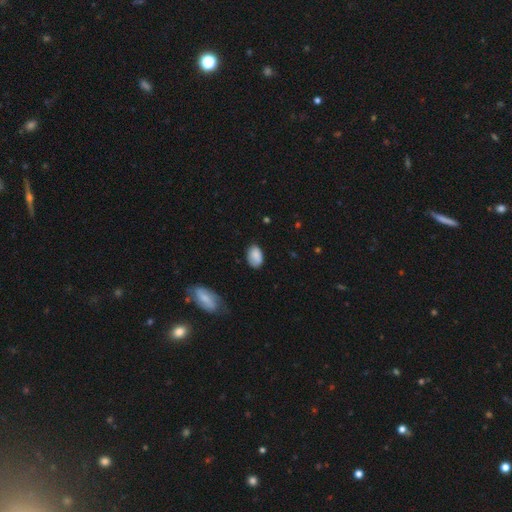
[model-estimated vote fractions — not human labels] Smooth or featured: smooth — 84% (featured or disk — 9%)
How rounded: in between — 90% (round — 9%)
Merging: none — 72% (minor disturbance — 22%)